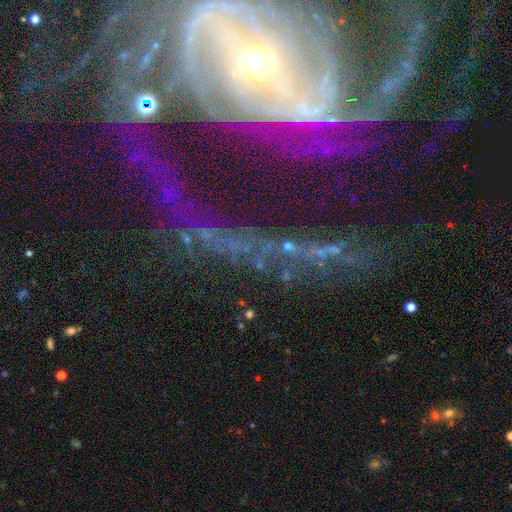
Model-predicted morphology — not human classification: A featured or disk galaxy (87%) with a strong bar (45%), 2 (47%) medium (39%) spiral arms (92%) and a small central bulge (52%). Merging: none (45%).